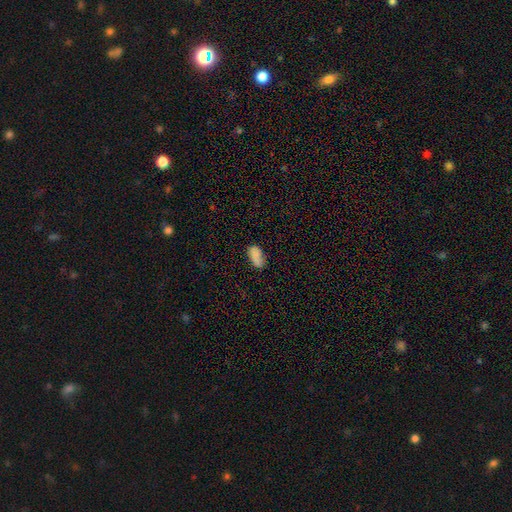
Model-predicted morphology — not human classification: smooth_or_featured: smooth (p=0.82) [alt: star or artifact p=0.10]
how_rounded: in between (p=0.92) [alt: cigar-shaped p=0.04]
merging: none (p=0.61) [alt: minor disturbance p=0.25]